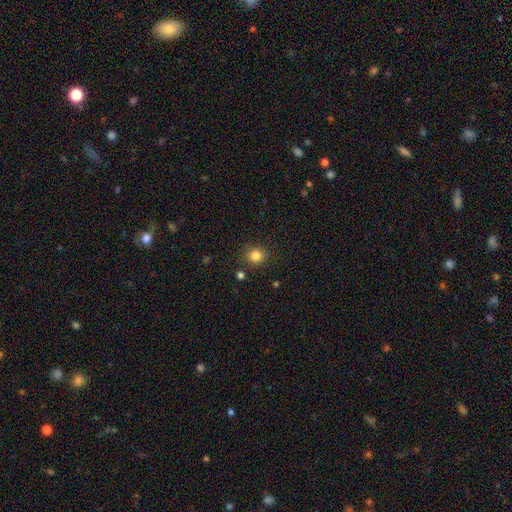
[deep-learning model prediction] Smooth or featured: smooth — 83% (star or artifact — 12%)
How rounded: round — 85% (in between — 14%)
Merging: none — 87% (minor disturbance — 8%)